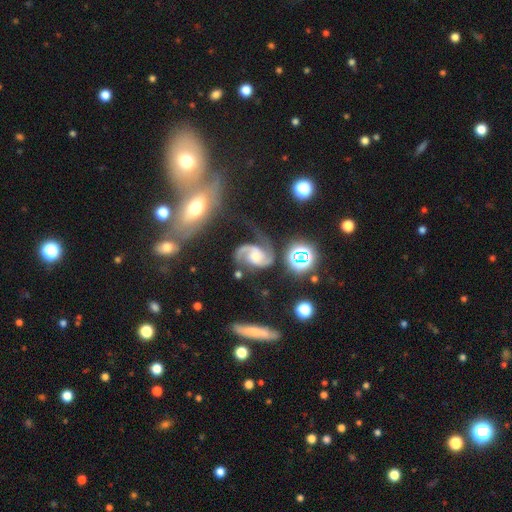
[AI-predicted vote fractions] smooth_or_featured: featured or disk (p=0.88) [alt: star or artifact p=0.07]
disk_edge_on: no (p=0.98) [alt: yes p=0.02]
bar: no (p=0.58) [alt: weak p=0.32]
has_spiral_arms: yes (p=0.98) [alt: no p=0.02]
spiral_winding: medium (p=0.55) [alt: loose p=0.28]
spiral_arm_count: 2 (p=0.90) [alt: 1 p=0.04]
bulge_size: moderate (p=0.44) [alt: small p=0.25]
merging: none (p=0.51) [alt: minor disturbance p=0.21]